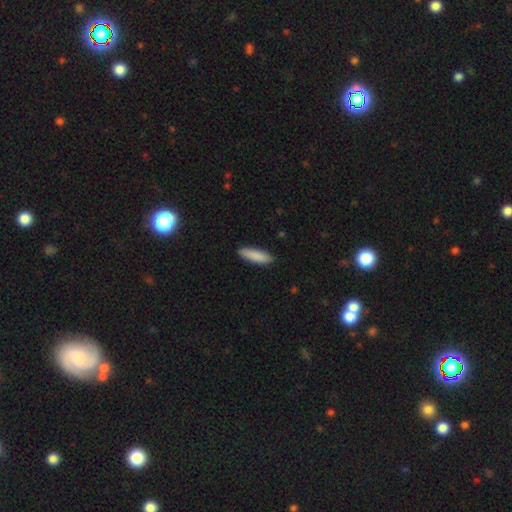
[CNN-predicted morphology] A smooth galaxy with no disk features (88%) that is cigar-shaped (63%). Merging: none (88%).